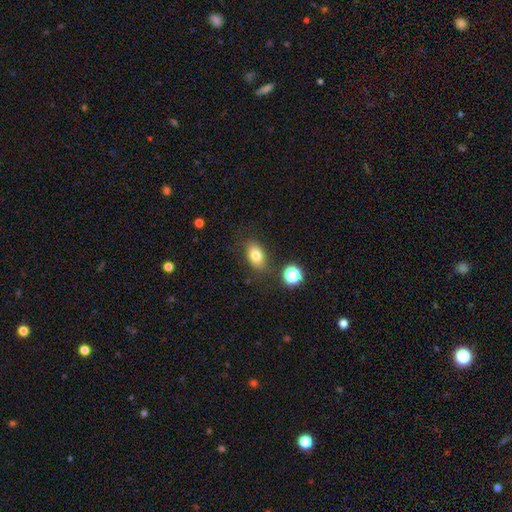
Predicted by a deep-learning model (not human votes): smooth 77%, featured or disk 13%, star or artifact 11%. Down the decision tree: how rounded — in between (84%); merging — none (78%).